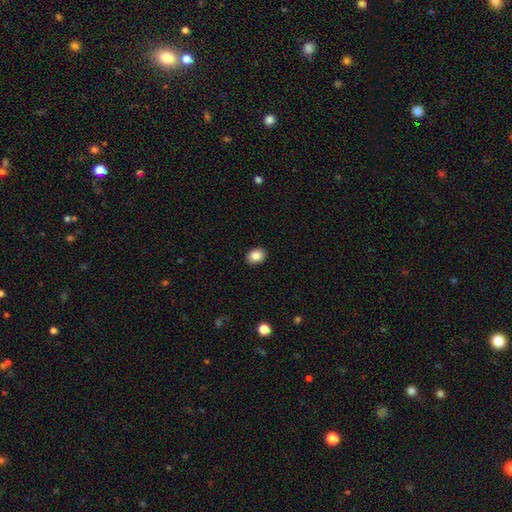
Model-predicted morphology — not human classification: smooth 86%, star or artifact 8%, featured or disk 6%. Down the decision tree: how rounded — in between (67%); merging — none (90%).